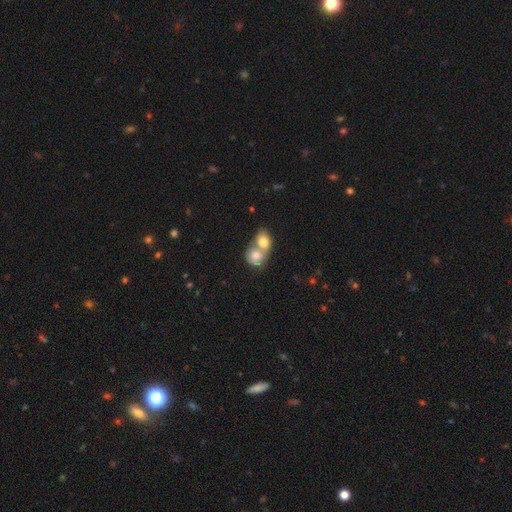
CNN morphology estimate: Q: Smooth or featured?
A: smooth (76%); runner-up: featured or disk (17%)
Q: How rounded?
A: round (62%); runner-up: in between (37%)
Q: Merging?
A: merger (75%); runner-up: none (18%)